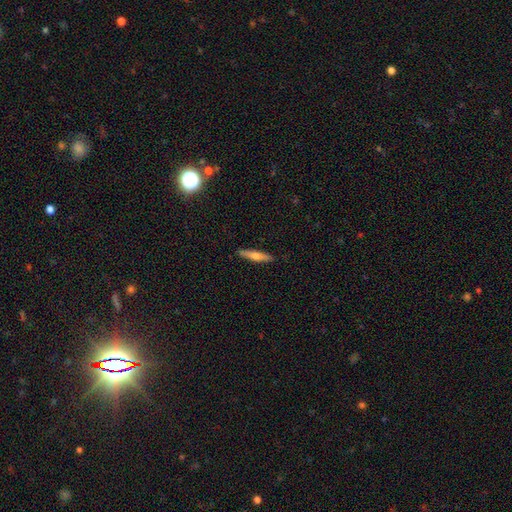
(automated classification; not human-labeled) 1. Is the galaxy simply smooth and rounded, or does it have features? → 52% smooth, 41% featured or disk, 7% star or artifact.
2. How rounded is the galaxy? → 88% cigar-shaped, 10% in between, 2% round.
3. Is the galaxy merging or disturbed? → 90% none, 8% minor disturbance, 2% major disturbance, 1% merger.